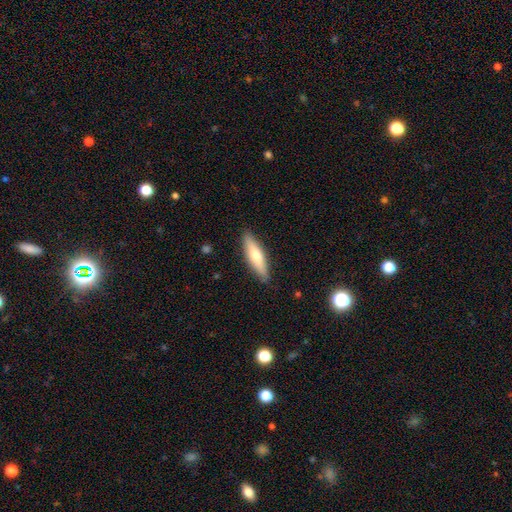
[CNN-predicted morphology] This is likely a smooth galaxy (62%). How rounded: likely cigar-shaped (71%). Merging: clearly none (88%).